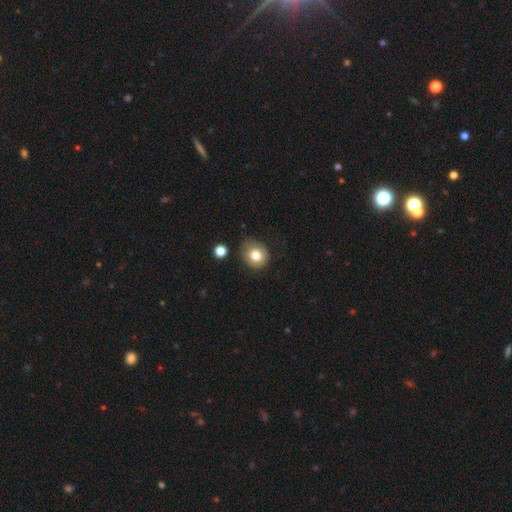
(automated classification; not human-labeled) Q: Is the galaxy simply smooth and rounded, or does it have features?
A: smooth — 79%.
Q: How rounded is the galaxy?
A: round — 80%.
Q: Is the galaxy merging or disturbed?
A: none — 72%.